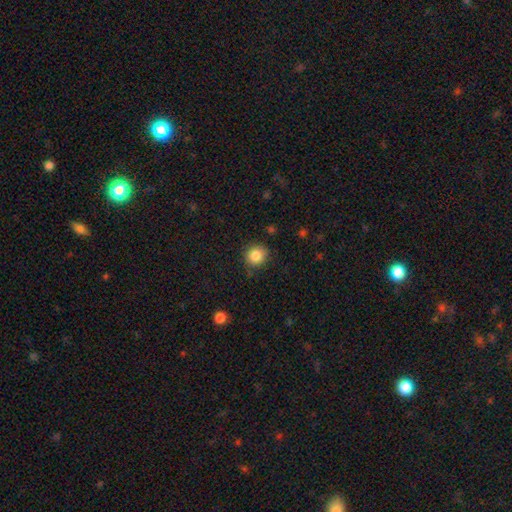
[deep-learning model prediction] smooth 85%, star or artifact 10%, featured or disk 5%. Down the decision tree: how rounded — round (89%); merging — none (85%).